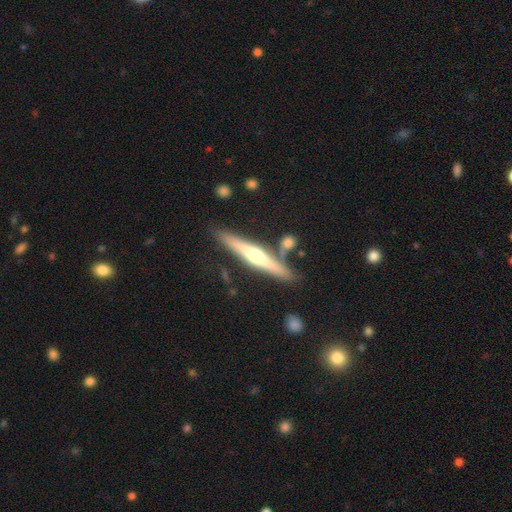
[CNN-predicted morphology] This is likely a featured or disk galaxy (64%). It is clearly viewed edge-on (96%). Edge-on bulge: clearly rounded (86%). Merging: clearly none (80%).